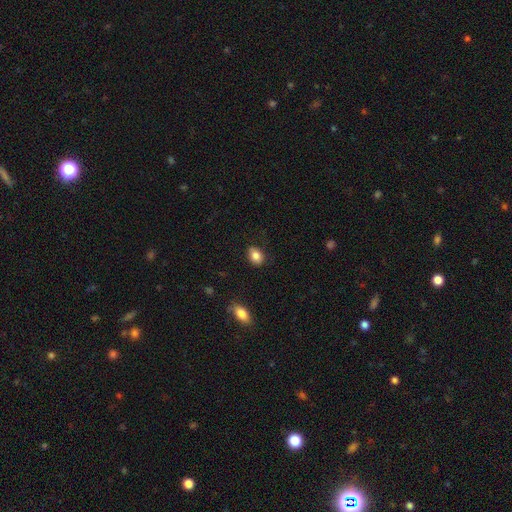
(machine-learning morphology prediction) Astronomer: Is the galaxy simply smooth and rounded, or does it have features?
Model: smooth — 84%.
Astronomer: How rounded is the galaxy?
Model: in between — 74%.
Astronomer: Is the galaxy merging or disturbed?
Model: none — 81%.